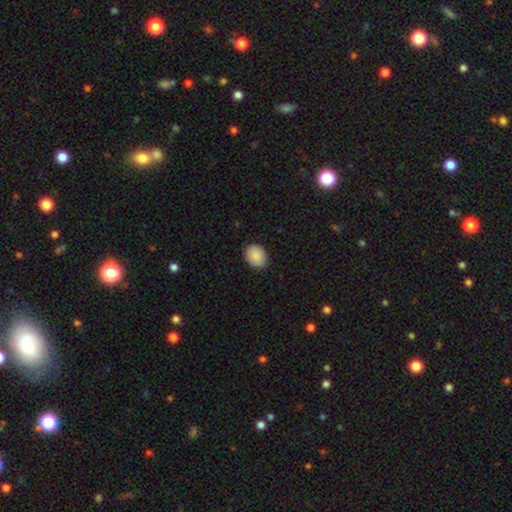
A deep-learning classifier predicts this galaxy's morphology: A smooth galaxy with no disk features (89%) that is in between round and cigar-shaped (55%). Merging: none (87%).